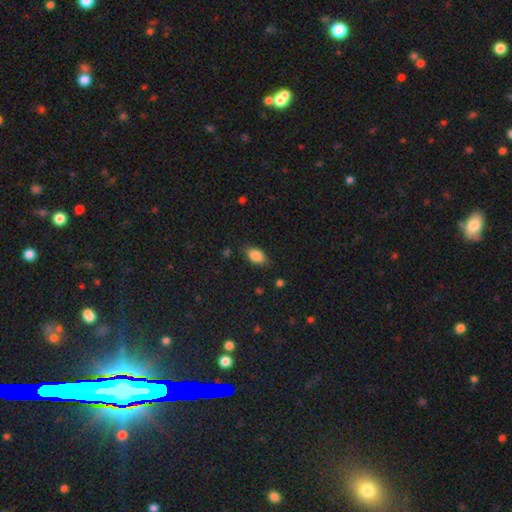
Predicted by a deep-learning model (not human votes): A smooth galaxy with no disk features (84%) that is in between round and cigar-shaped (90%).

Vote fractions:
- Smooth or featured? smooth: 84% / featured or disk: 8% / star or artifact: 8%
- How rounded? in between: 90% / round: 6% / cigar-shaped: 4%
- Merging? none: 81% / minor disturbance: 15% / major disturbance: 3% / merger: 1%